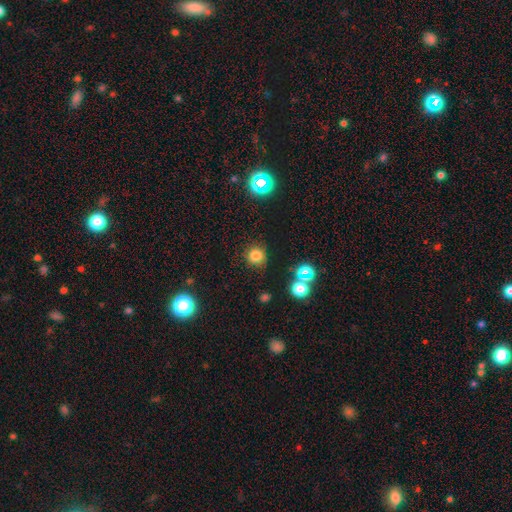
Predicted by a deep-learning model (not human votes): smooth_or_featured: smooth (p=0.76) [alt: star or artifact p=0.18]
how_rounded: round (p=0.92) [alt: in between p=0.07]
merging: none (p=0.85) [alt: minor disturbance p=0.09]